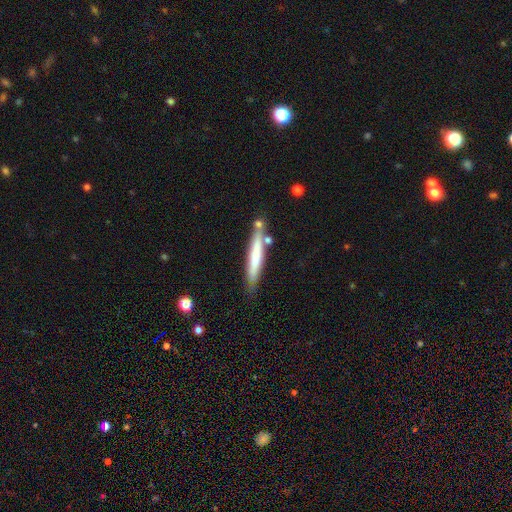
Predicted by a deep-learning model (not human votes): smooth 60%, featured or disk 34%, star or artifact 6%. Down the decision tree: how rounded — cigar-shaped (94%); merging — none (71%).